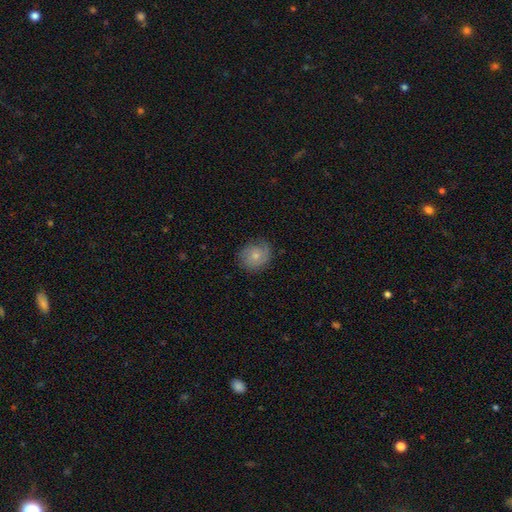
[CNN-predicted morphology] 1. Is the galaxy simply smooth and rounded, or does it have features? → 57% smooth, 35% featured or disk, 8% star or artifact.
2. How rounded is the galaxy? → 72% round, 27% in between, 1% cigar-shaped.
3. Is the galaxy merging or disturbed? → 73% none, 20% minor disturbance, 6% major disturbance, 1% merger.